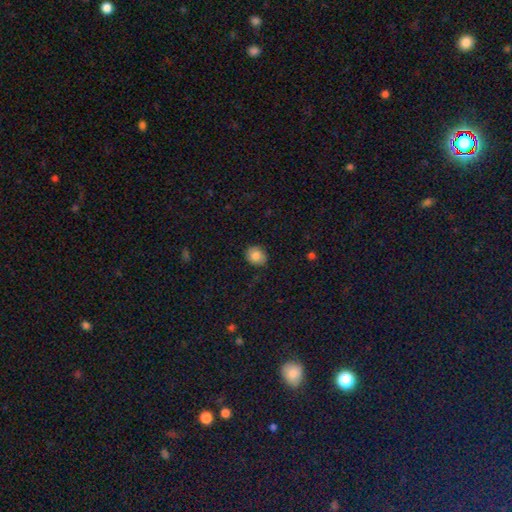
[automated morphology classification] This appears to be a smooth galaxy with no disk features (82%) that is round (63%). Merging: none (84%).